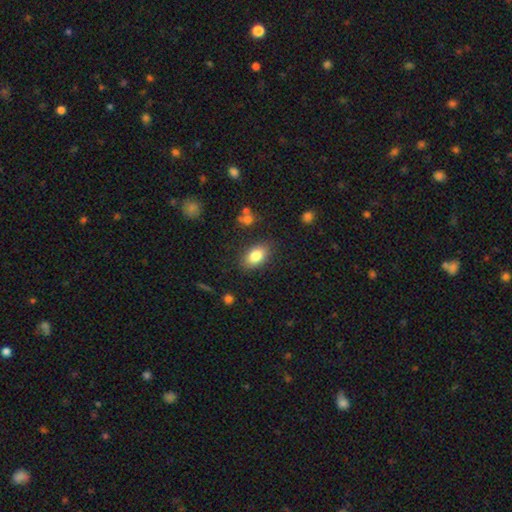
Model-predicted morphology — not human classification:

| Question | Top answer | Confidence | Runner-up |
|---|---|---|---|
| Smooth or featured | smooth | 82% | featured or disk (10%) |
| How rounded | in between | 89% | round (9%) |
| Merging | none | 84% | minor disturbance (12%) |